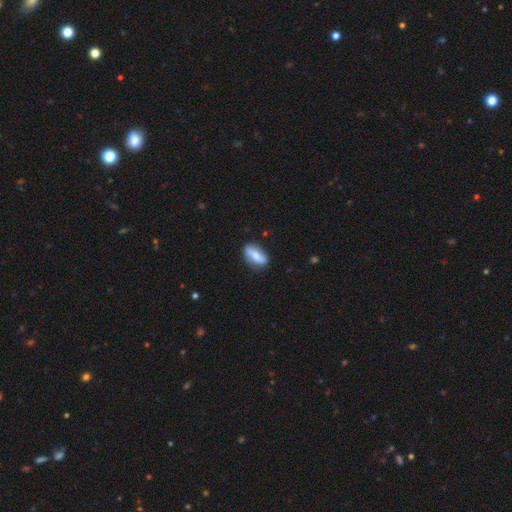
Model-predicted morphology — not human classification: This appears to be a smooth galaxy with no disk features (59%) that is in between round and cigar-shaped (78%). Merging: none (79%).